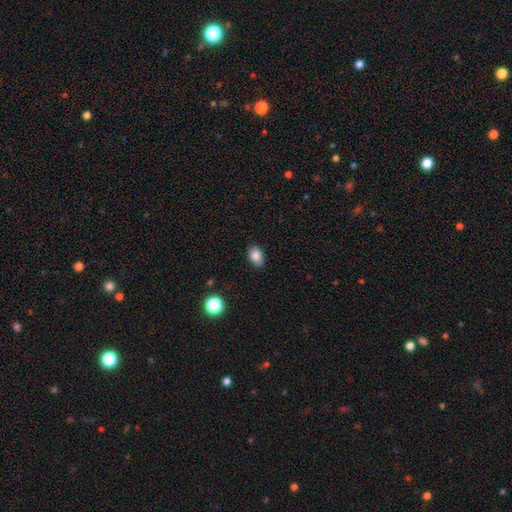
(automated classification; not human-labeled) Morphology: type=smooth (85%); roundness=in between (84%); merging=none (84%).